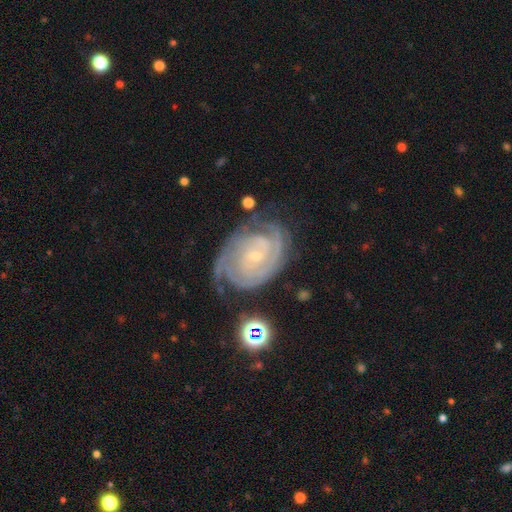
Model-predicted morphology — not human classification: Smooth or featured: featured or disk — 89% (star or artifact — 6%)
Edge-on disk: no — 97% (yes — 3%)
Bar: no — 66% (weak — 26%)
Spiral arms: yes — 98% (no — 2%)
Spiral winding: tight — 79% (medium — 18%)
Spiral arm count: 2 — 38% (3 — 21%)
Bulge size: small — 82% (moderate — 13%)
Merging: none — 69% (minor disturbance — 20%)